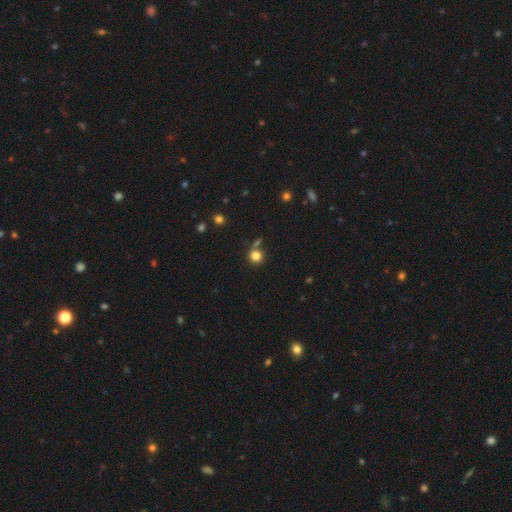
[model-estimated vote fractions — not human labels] smooth 81%, star or artifact 13%, featured or disk 6%. Down the decision tree: how rounded — round (91%); merging — none (69%).